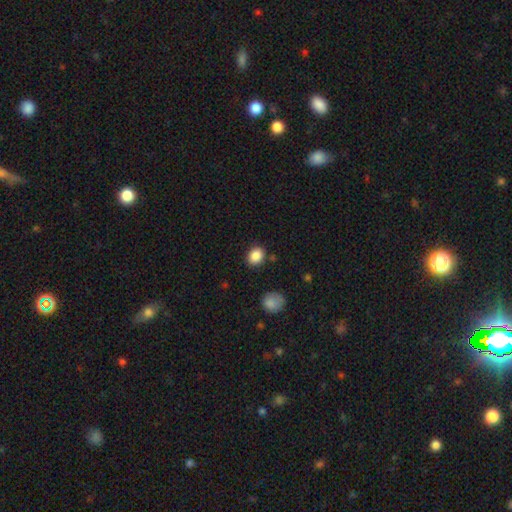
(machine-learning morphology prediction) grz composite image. It shows a smooth galaxy with no disk features (88%) that is round (52%). Merging: none (84%).